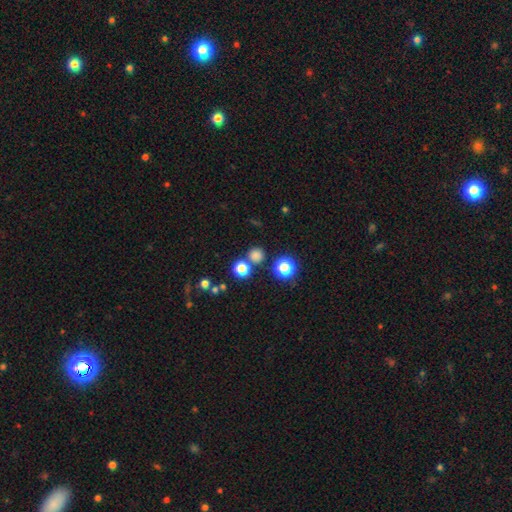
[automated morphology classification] Smooth or featured: smooth — 73% (star or artifact — 22%)
How rounded: round — 91% (in between — 7%)
Merging: none — 77% (merger — 12%)